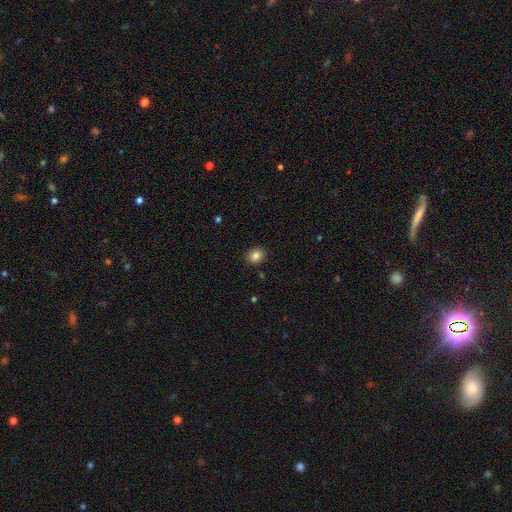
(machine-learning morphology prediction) smooth-or-featured: smooth: 85% | star or artifact: 10% | featured or disk: 5%
  how-rounded: round: 59% | in between: 40% | cigar-shaped: 1%
  merging: none: 89% | minor disturbance: 7% | major disturbance: 2% | merger: 1%